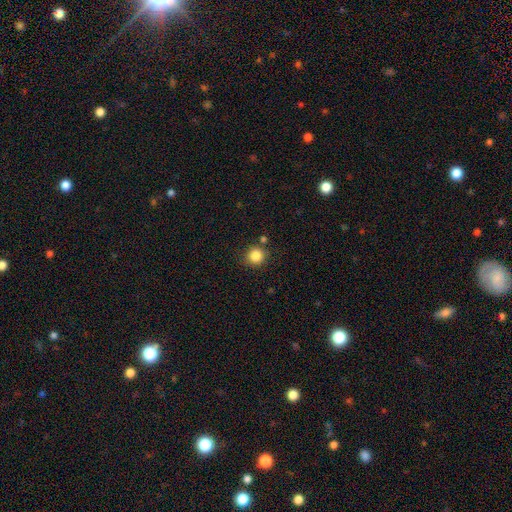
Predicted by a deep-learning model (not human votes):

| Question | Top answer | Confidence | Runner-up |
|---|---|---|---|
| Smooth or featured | smooth | 85% | star or artifact (11%) |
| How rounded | round | 92% | in between (7%) |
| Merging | none | 83% | minor disturbance (9%) |